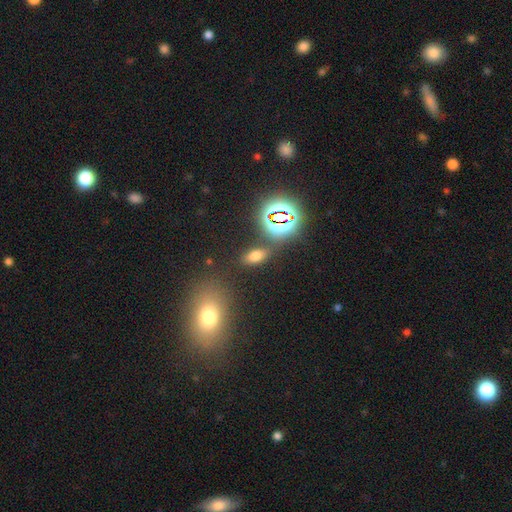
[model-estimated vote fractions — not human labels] A smooth galaxy with no disk features (62%) that is in between round and cigar-shaped (85%). Merging: none (80%).